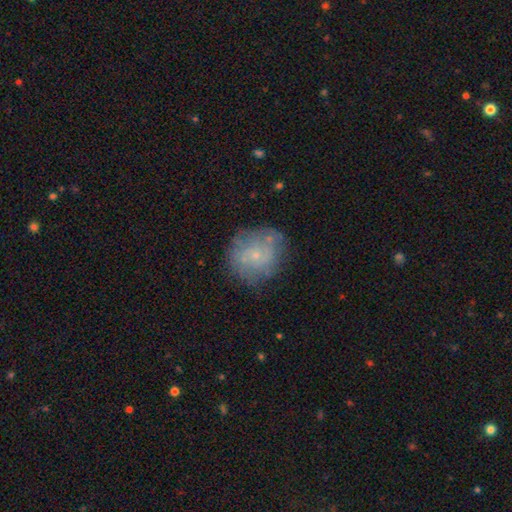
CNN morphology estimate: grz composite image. It shows a smooth galaxy with no disk features (48%). Merging: none (66%).